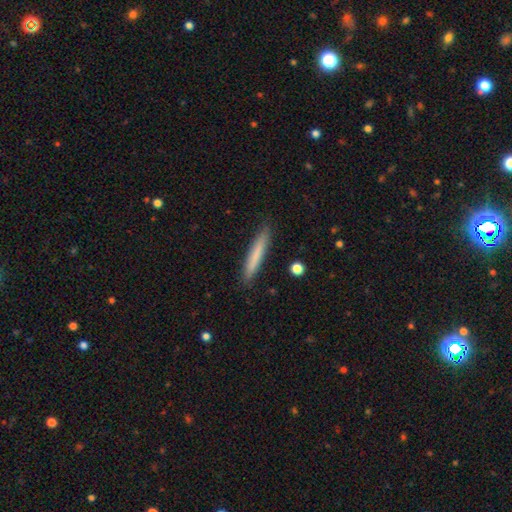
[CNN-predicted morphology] The model was most divided on "smooth or featured": smooth: 76%, featured or disk: 18%, star or artifact: 6%. More confident: how rounded — cigar-shaped (95%); merging — none (90%).